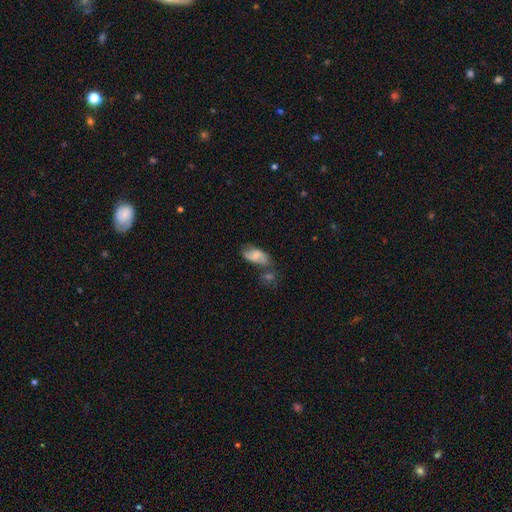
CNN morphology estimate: Smooth or featured: smooth — 54% (featured or disk — 36%)
How rounded: in between — 90% (cigar-shaped — 6%)
Merging: none — 44% (merger — 23%)